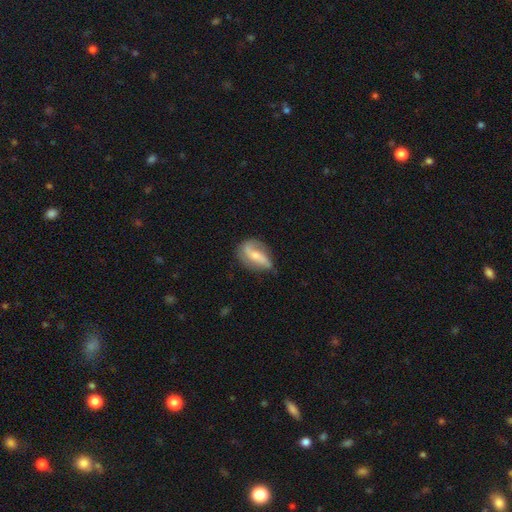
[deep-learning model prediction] Q: Smooth or featured?
A: featured or disk (64%); runner-up: smooth (29%)
Q: Edge-on disk?
A: no (91%); runner-up: yes (9%)
Q: Bar?
A: no (36%); runner-up: weak (34%)
Q: Spiral arms?
A: yes (85%); runner-up: no (15%)
Q: Spiral winding?
A: loose (59%); runner-up: medium (28%)
Q: Spiral arm count?
A: 2 (77%); runner-up: 1 (12%)
Q: Bulge size?
A: small (49%); runner-up: moderate (41%)
Q: Merging?
A: none (56%); runner-up: minor disturbance (29%)